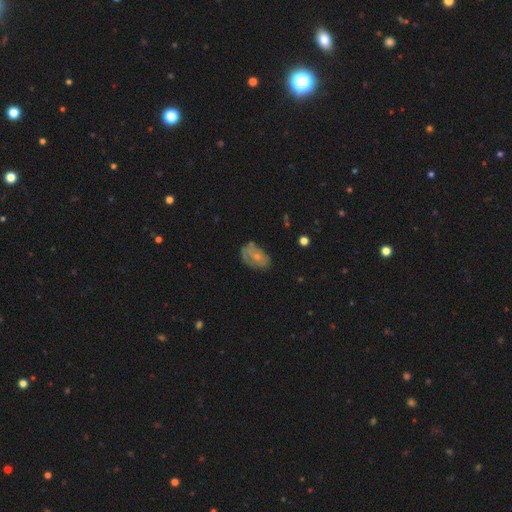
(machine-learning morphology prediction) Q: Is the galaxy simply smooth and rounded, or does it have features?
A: featured or disk — 47%.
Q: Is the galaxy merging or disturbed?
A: none — 54%.